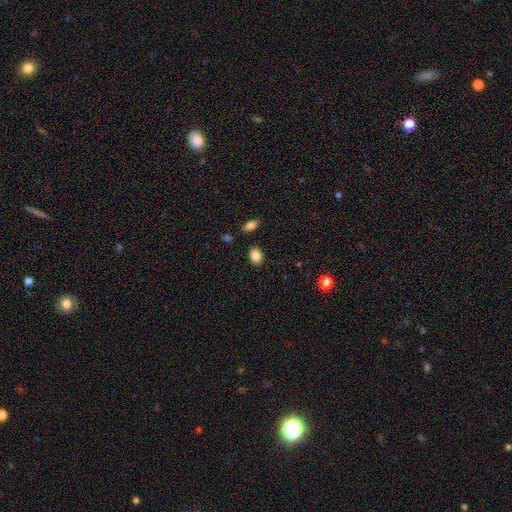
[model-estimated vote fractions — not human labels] Smooth or featured? Predicted: smooth (p=0.85). How rounded? Predicted: in between (p=0.74). Merging? Predicted: none (p=0.86).